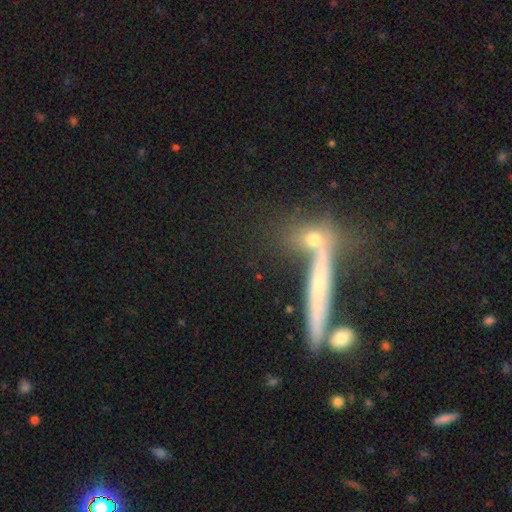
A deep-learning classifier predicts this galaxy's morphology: This is possibly a featured or disk galaxy (45%). Merging: possibly none (59%).